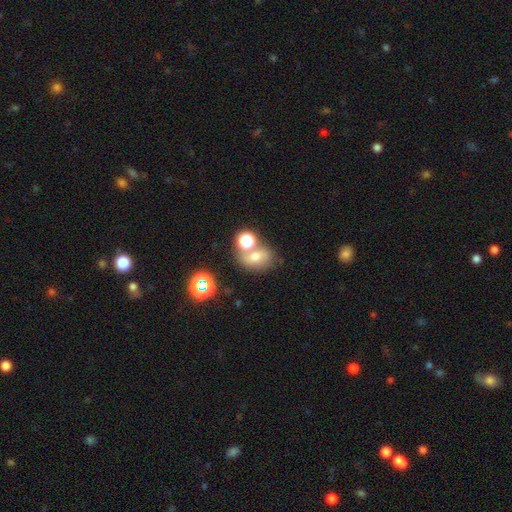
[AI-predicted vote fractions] Q: Smooth or featured?
A: smooth (61%); runner-up: featured or disk (19%)
Q: How rounded?
A: in between (55%); runner-up: round (43%)
Q: Merging?
A: none (44%); runner-up: merger (36%)